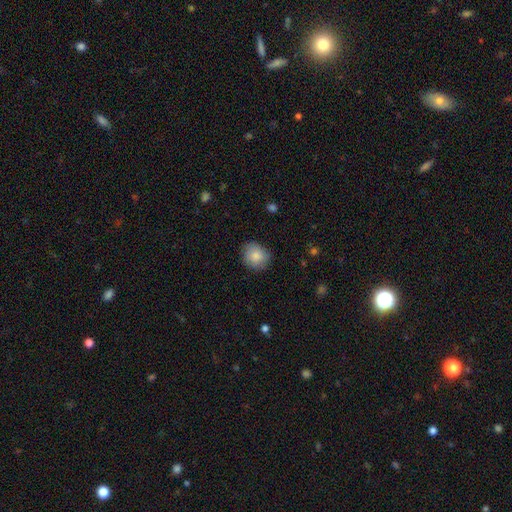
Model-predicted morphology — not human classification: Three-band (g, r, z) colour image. It shows a smooth galaxy with no disk features (85%) that is round (75%). Merging: none (82%).